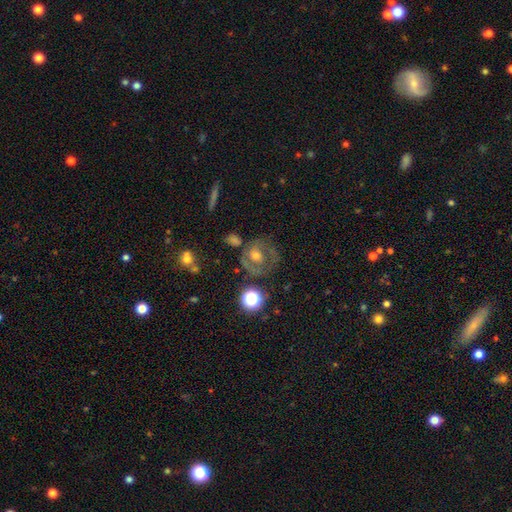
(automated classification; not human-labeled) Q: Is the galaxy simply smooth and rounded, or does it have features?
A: featured or disk — 54%.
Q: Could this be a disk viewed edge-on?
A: no — 95%.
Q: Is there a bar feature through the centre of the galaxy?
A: no — 68%.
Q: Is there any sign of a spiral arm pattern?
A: no — 60%.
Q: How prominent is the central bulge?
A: moderate — 63%.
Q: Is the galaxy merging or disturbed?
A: none — 62%.